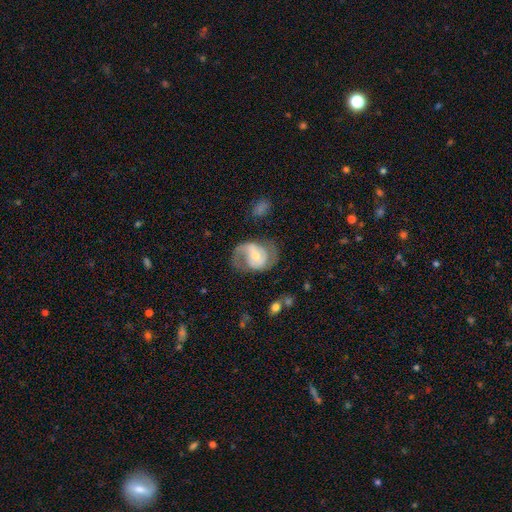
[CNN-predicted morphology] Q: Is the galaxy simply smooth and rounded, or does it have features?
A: featured or disk — 74%.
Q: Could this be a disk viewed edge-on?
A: no — 97%.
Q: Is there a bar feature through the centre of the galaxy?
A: no — 42%.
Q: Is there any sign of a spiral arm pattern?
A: yes — 88%.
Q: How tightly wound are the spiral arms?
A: medium — 47%.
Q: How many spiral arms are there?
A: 2 — 71%.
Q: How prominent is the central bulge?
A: small — 47%.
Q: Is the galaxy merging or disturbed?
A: none — 51%.